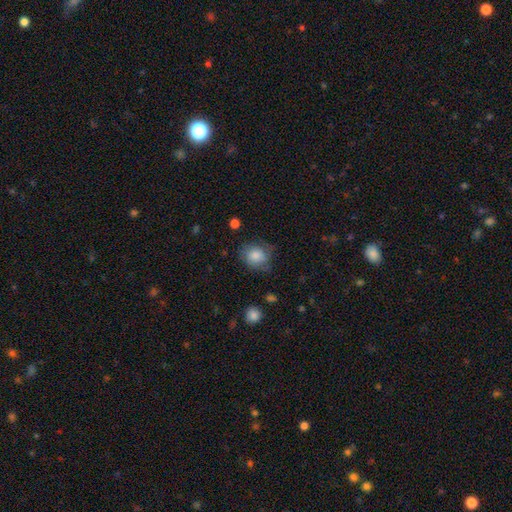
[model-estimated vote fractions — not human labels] This is likely a smooth galaxy (80%). How rounded: likely round (64%). Merging: likely none (62%).